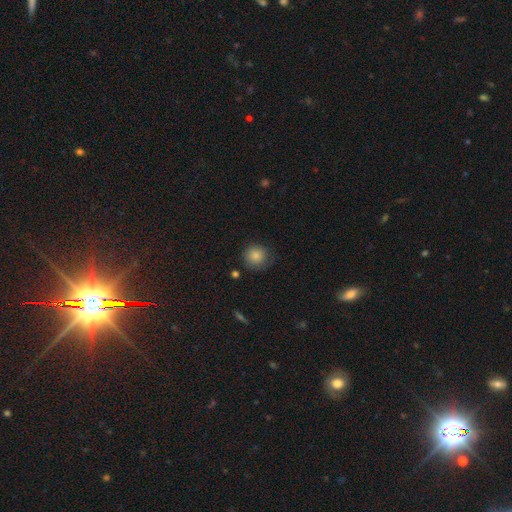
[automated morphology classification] type=smooth (84%); roundness=round (92%); merging=none (77%).